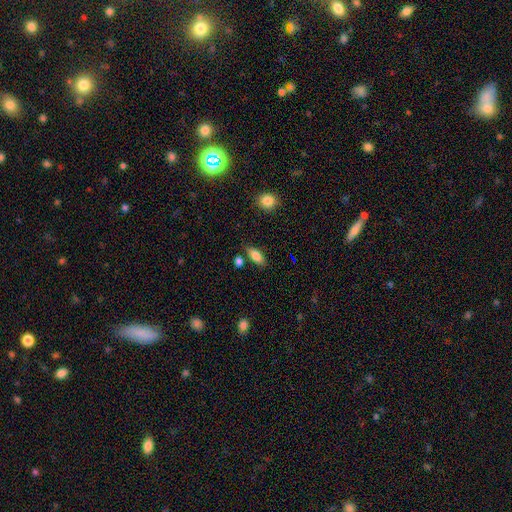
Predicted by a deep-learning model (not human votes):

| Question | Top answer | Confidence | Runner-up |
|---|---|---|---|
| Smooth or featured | smooth | 82% | featured or disk (10%) |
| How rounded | in between | 85% | cigar-shaped (12%) |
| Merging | none | 77% | minor disturbance (13%) |